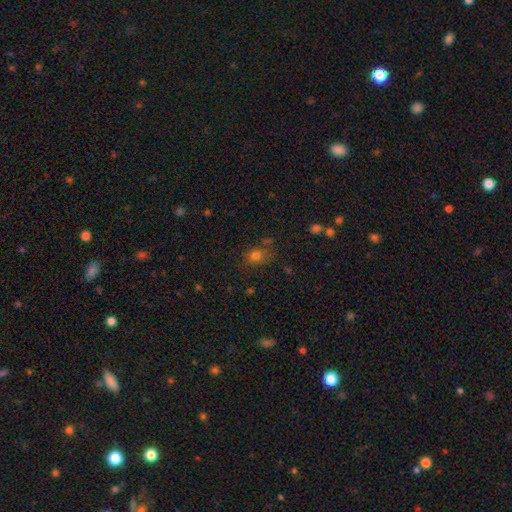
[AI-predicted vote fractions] smooth_or_featured: smooth (p=0.73) [alt: star or artifact p=0.19]
how_rounded: round (p=0.50) [alt: in between p=0.49]
merging: none (p=0.66) [alt: minor disturbance p=0.19]